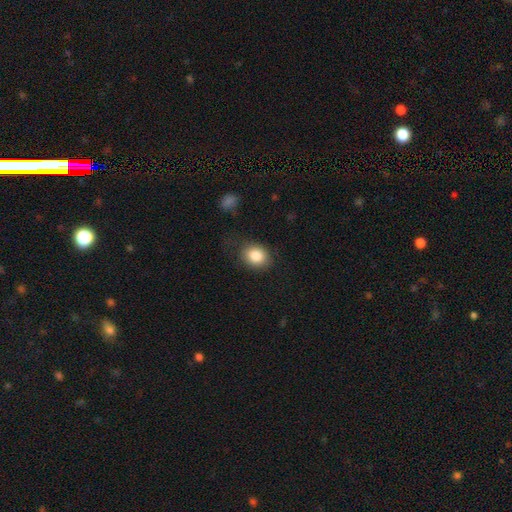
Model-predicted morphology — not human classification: Q: Smooth or featured?
A: smooth (85%); runner-up: star or artifact (8%)
Q: How rounded?
A: round (51%); runner-up: in between (48%)
Q: Merging?
A: none (78%); runner-up: minor disturbance (15%)